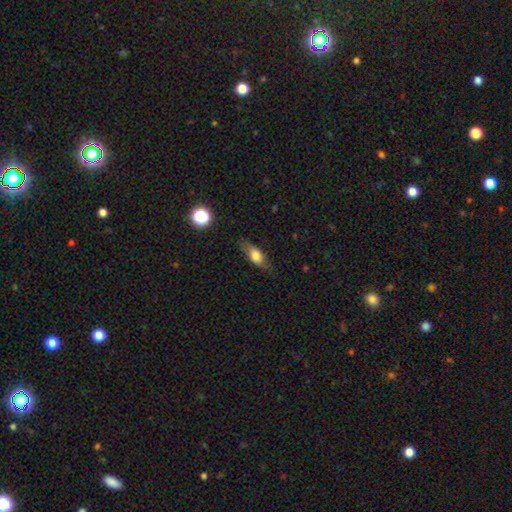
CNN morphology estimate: Overall: smooth (66%). How rounded: in between (69%). Merging: none (71%).